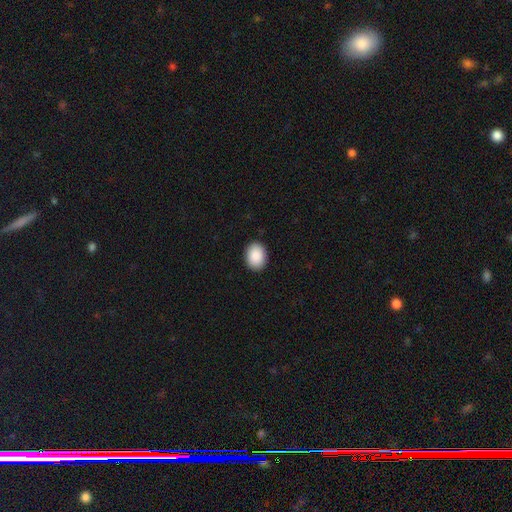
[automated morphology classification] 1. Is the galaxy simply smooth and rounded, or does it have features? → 90% smooth, 7% star or artifact, 4% featured or disk.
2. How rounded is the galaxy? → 69% in between, 30% round, 1% cigar-shaped.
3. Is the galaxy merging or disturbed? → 91% none, 6% minor disturbance, 2% major disturbance, 1% merger.